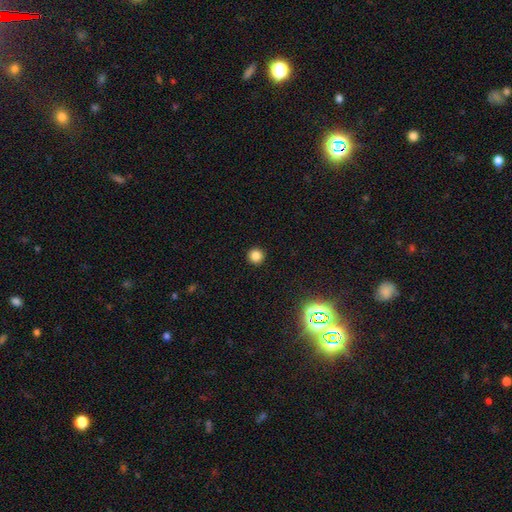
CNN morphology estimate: Q: Smooth or featured?
A: smooth (83%); runner-up: star or artifact (13%)
Q: How rounded?
A: round (96%); runner-up: in between (3%)
Q: Merging?
A: none (94%); runner-up: minor disturbance (4%)